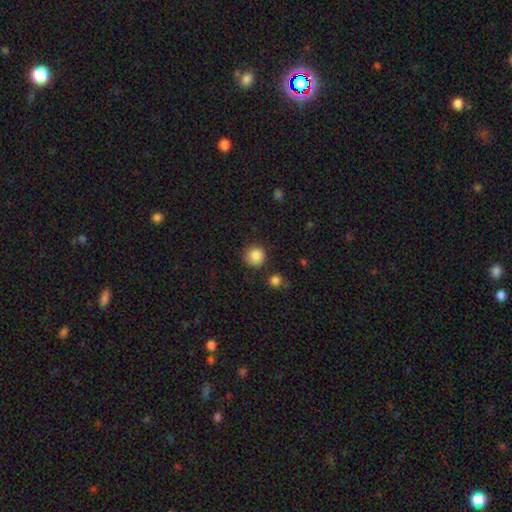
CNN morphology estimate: Smooth or featured?
  - smooth: 87% *
  - star or artifact: 10%
  - featured or disk: 3%
How rounded?
  - round: 93% *
  - in between: 6%
  - cigar-shaped: 1%
Merging?
  - none: 86% *
  - minor disturbance: 8%
  - merger: 3%
  - major disturbance: 3%